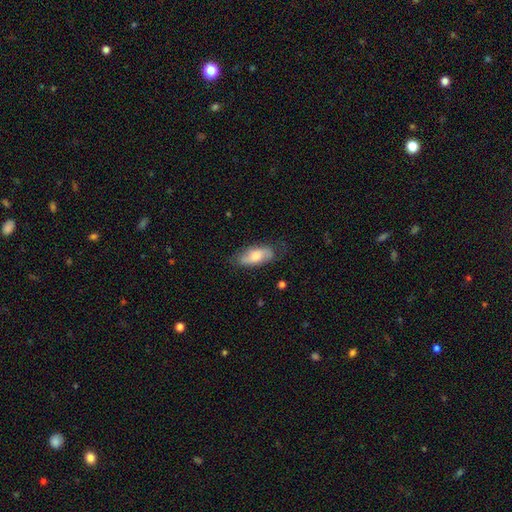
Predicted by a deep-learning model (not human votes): This appears to be a smooth galaxy with no disk features (57%) that is in between round and cigar-shaped (84%). Merging: none (71%).